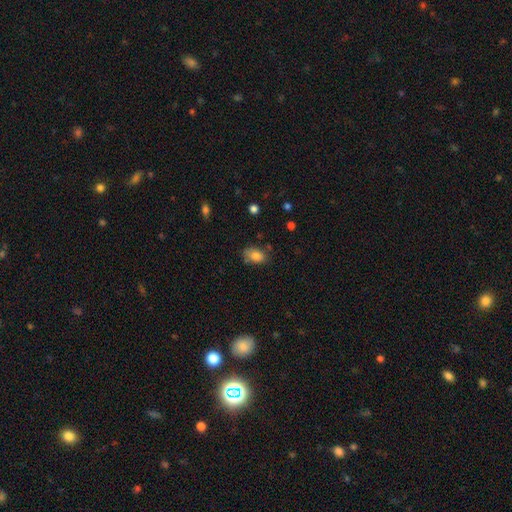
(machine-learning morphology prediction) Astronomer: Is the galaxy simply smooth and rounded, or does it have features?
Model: smooth — 82%.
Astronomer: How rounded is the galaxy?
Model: in between — 83%.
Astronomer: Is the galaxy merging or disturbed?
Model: none — 65%.